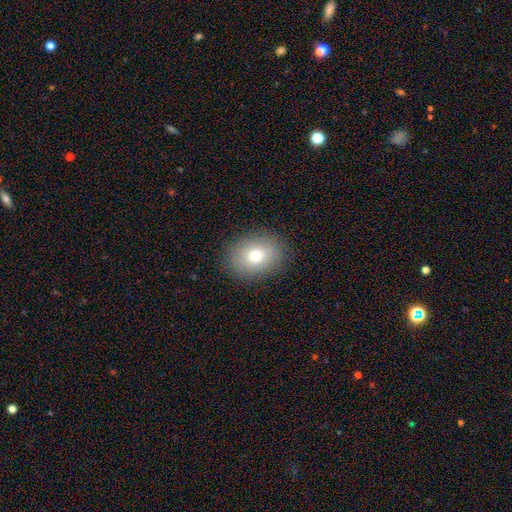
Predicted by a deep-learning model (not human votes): smooth_or_featured: smooth (p=0.76) [alt: featured or disk p=0.12]
how_rounded: in between (p=0.59) [alt: round p=0.40]
merging: none (p=0.88) [alt: minor disturbance p=0.08]